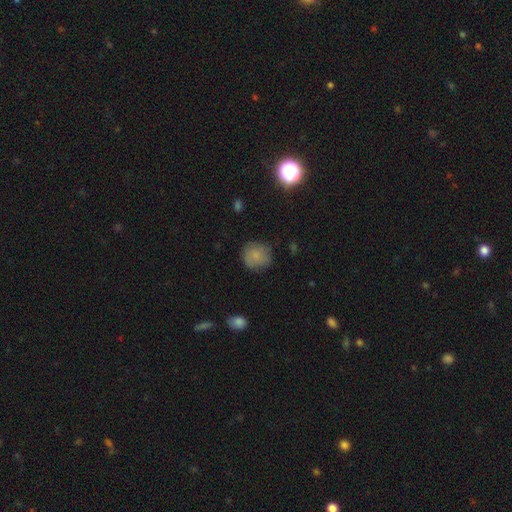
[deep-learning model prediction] Smooth or featured? Predicted: smooth (p=0.81). How rounded? Predicted: round (p=0.88). Merging? Predicted: none (p=0.73).